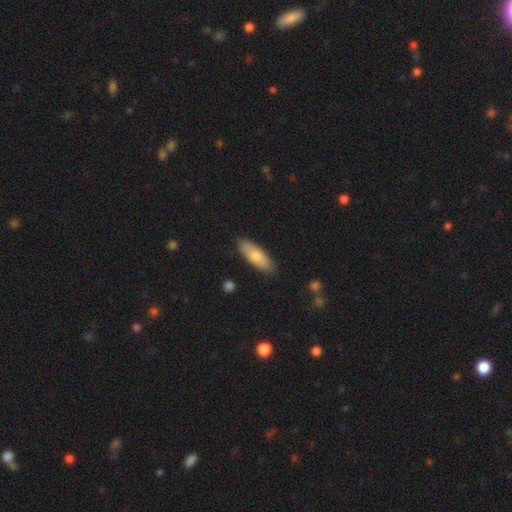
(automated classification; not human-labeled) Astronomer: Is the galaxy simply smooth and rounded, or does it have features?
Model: smooth — 68%.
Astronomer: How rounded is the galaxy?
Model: in between — 64%.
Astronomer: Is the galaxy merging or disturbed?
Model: none — 88%.